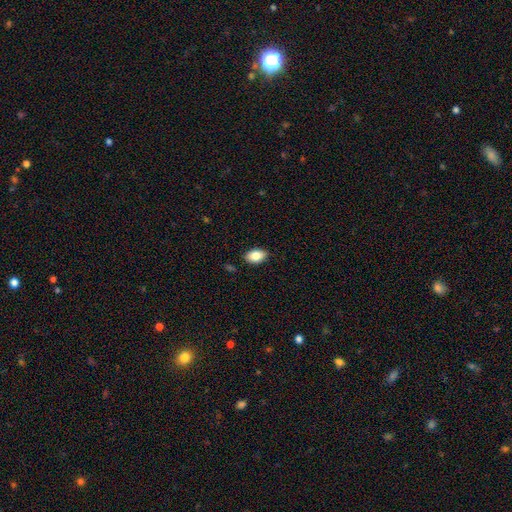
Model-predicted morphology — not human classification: Smooth or featured? smooth (84%)
How rounded? in between (89%)
Merging? none (86%)